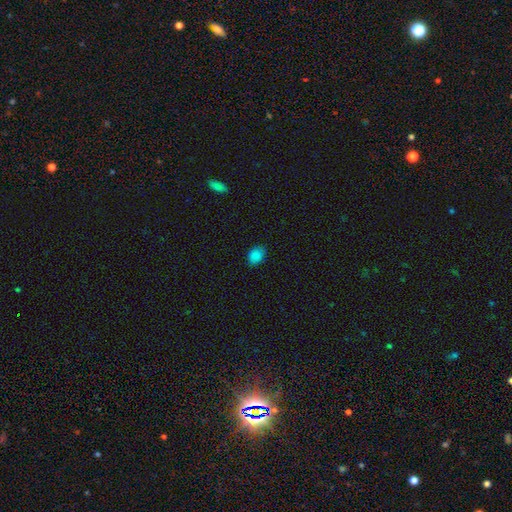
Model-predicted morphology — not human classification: Smooth or featured? Predicted: smooth (p=0.84). How rounded? Predicted: in between (p=0.68). Merging? Predicted: none (p=0.83).